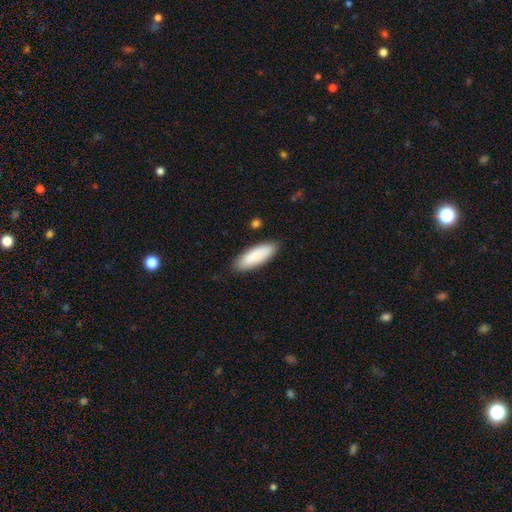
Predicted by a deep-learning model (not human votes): A smooth galaxy with no disk features (87%) that is in between round and cigar-shaped (65%).

Vote fractions:
- Smooth or featured? smooth: 87% / featured or disk: 7% / star or artifact: 5%
- How rounded? in between: 65% / cigar-shaped: 33% / round: 2%
- Merging? none: 86% / minor disturbance: 11% / major disturbance: 2% / merger: 1%